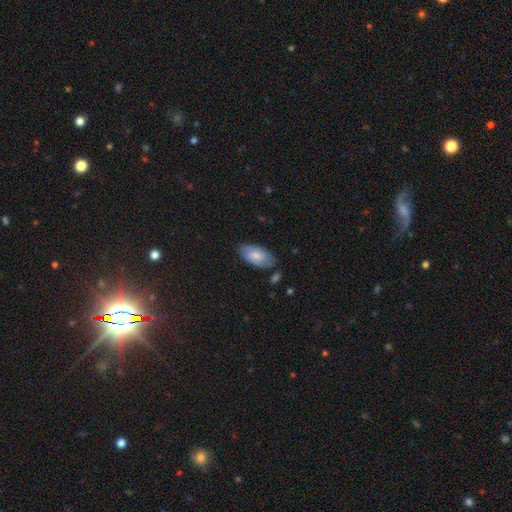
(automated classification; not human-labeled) Smooth or featured: smooth — 64% (featured or disk — 30%)
How rounded: in between — 93% (cigar-shaped — 4%)
Merging: none — 76% (minor disturbance — 18%)